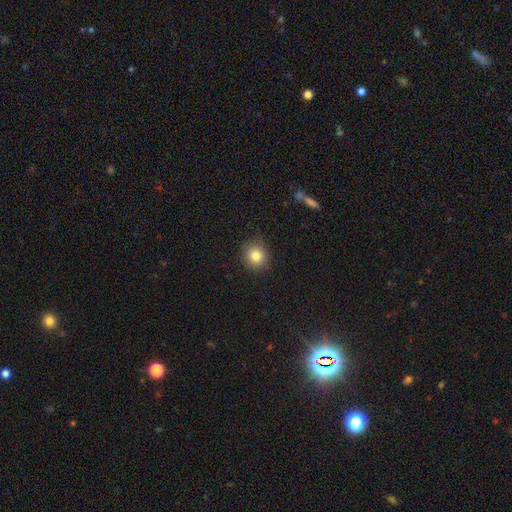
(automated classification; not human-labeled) smooth 82%, star or artifact 11%, featured or disk 7%. Down the decision tree: how rounded — round (85%); merging — none (86%).